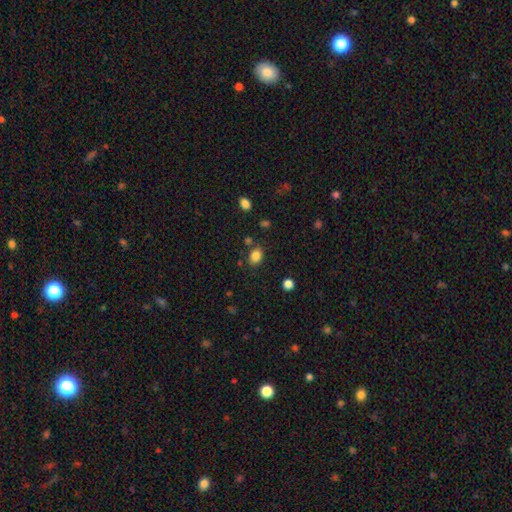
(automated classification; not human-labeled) This is clearly a smooth galaxy (85%). How rounded: possibly in between (59%). Merging: likely none (80%).